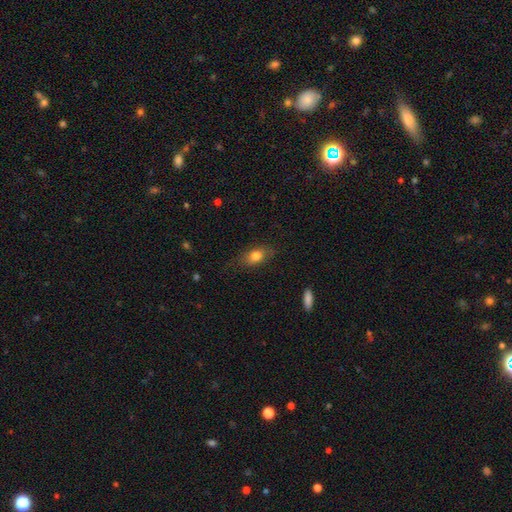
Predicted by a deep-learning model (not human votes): Morphology: type=smooth (78%); roundness=in between (78%); merging=none (73%).